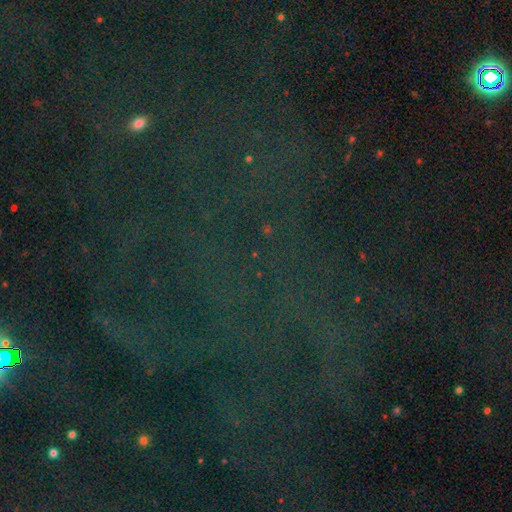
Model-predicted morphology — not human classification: This appears to be a star or artifact, not a galaxy (80%).